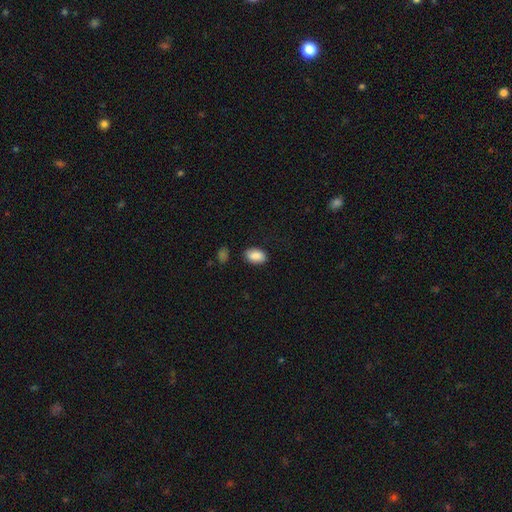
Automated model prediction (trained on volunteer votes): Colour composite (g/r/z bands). It shows a smooth galaxy with no disk features (88%) that is in between round and cigar-shaped (91%). Merging: none (83%).